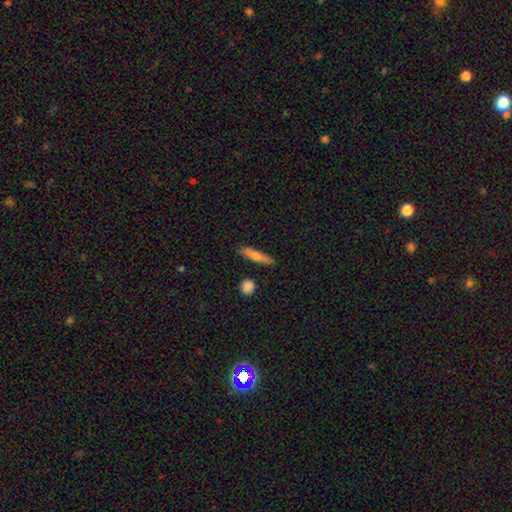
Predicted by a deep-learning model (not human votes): smooth_or_featured: smooth (p=0.57) [alt: featured or disk p=0.35]
how_rounded: cigar-shaped (p=0.83) [alt: in between p=0.15]
merging: none (p=0.86) [alt: minor disturbance p=0.10]